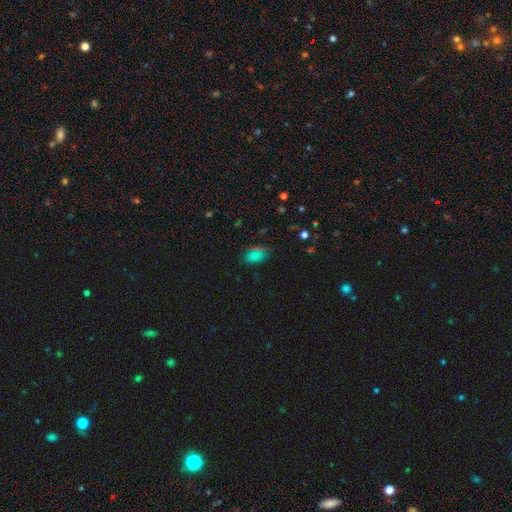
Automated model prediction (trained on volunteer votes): Smooth or featured: smooth — 63% (star or artifact — 30%)
How rounded: in between — 86% (round — 11%)
Merging: none — 73% (minor disturbance — 18%)